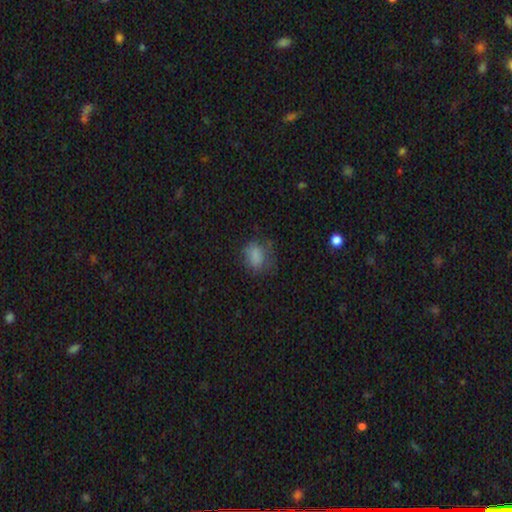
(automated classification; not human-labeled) A smooth galaxy with no disk features (78%) that is in between round and cigar-shaped (54%).

Vote fractions:
- Smooth or featured? smooth: 78% / star or artifact: 12% / featured or disk: 10%
- How rounded? in between: 54% / round: 44% / cigar-shaped: 1%
- Merging? none: 61% / minor disturbance: 24% / major disturbance: 13% / merger: 2%